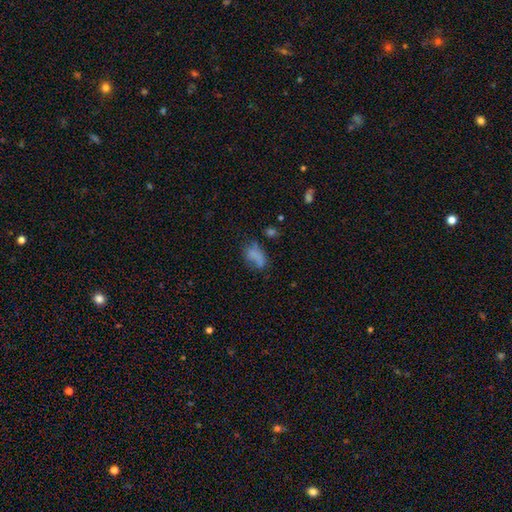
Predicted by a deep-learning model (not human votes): The model was most divided on "merging": none: 37%, minor disturbance: 28%, major disturbance: 25%, merger: 11%. More confident: how rounded — in between (86%); smooth or featured — smooth (69%).